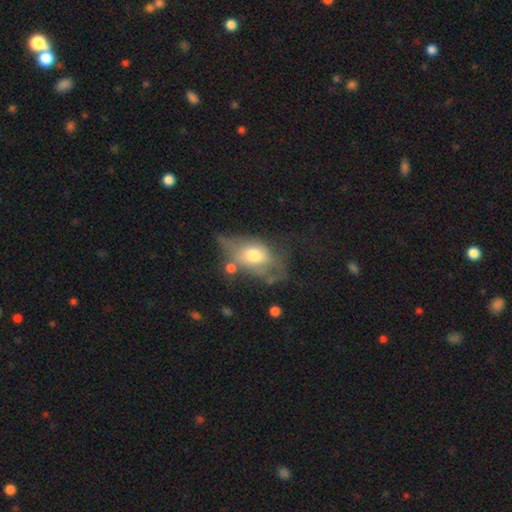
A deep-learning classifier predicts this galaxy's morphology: smooth-or-featured: smooth: 54% | featured or disk: 38% | star or artifact: 9%
  how-rounded: in between: 82% | round: 15% | cigar-shaped: 4%
  merging: major disturbance: 36% | minor disturbance: 27% | none: 26% | merger: 12%